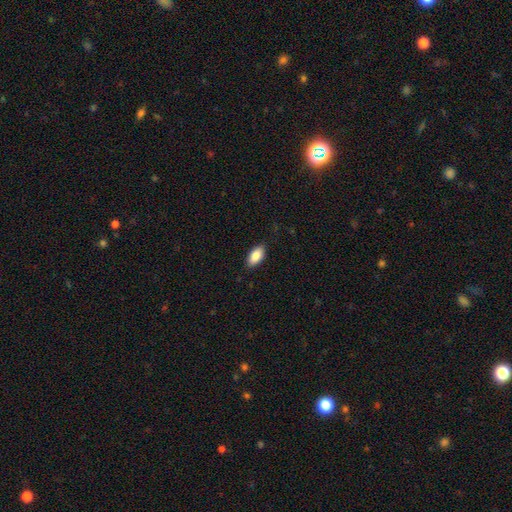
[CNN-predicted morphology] A smooth galaxy with no disk features (87%) that is in between round and cigar-shaped (92%).

Vote fractions:
- Smooth or featured? smooth: 87% / star or artifact: 7% / featured or disk: 6%
- How rounded? in between: 92% / cigar-shaped: 5% / round: 3%
- Merging? none: 86% / minor disturbance: 10% / major disturbance: 2% / merger: 1%